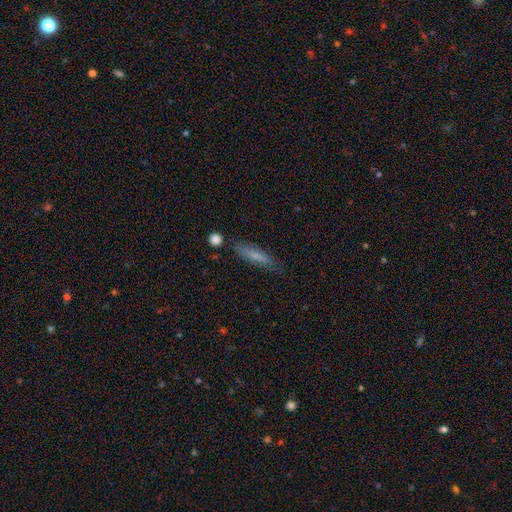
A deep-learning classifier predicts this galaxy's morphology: Smooth or featured? Predicted: smooth (p=0.68). How rounded? Predicted: cigar-shaped (p=0.78). Merging? Predicted: none (p=0.79).